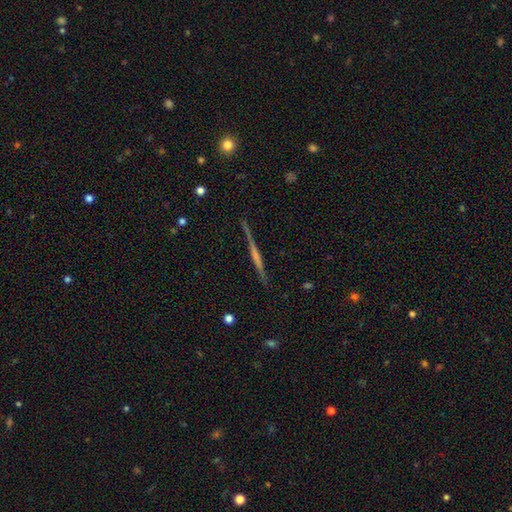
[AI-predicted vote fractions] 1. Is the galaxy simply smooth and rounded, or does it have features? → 66% featured or disk, 26% smooth, 7% star or artifact.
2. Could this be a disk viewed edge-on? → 98% yes, 2% no.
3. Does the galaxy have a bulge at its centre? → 71% none, 18% rounded, 11% boxy.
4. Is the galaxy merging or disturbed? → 90% none, 7% minor disturbance, 2% major disturbance, 1% merger.